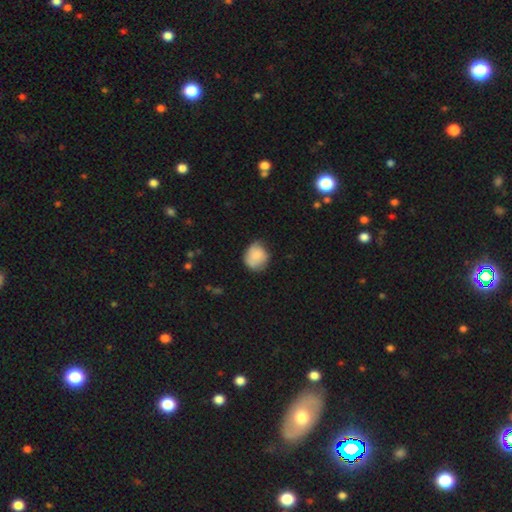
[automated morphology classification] smooth-or-featured: smooth: 78% | featured or disk: 15% | star or artifact: 7%
  how-rounded: round: 71% | in between: 28% | cigar-shaped: 1%
  merging: none: 60% | minor disturbance: 31% | major disturbance: 7% | merger: 2%